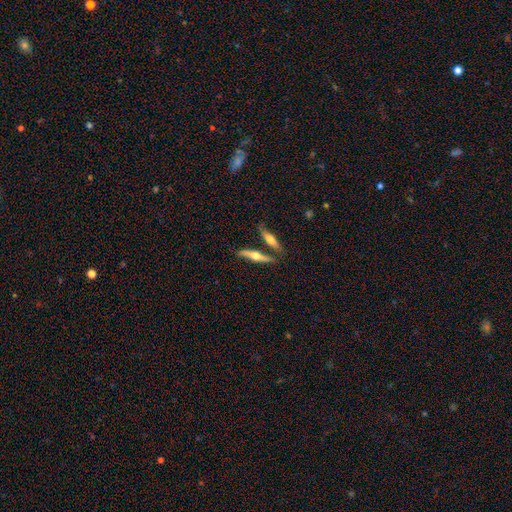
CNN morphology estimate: type=featured or disk (64%); edge-on=yes (92%); edge-on bulge=rounded (94%); merging=none (68%).